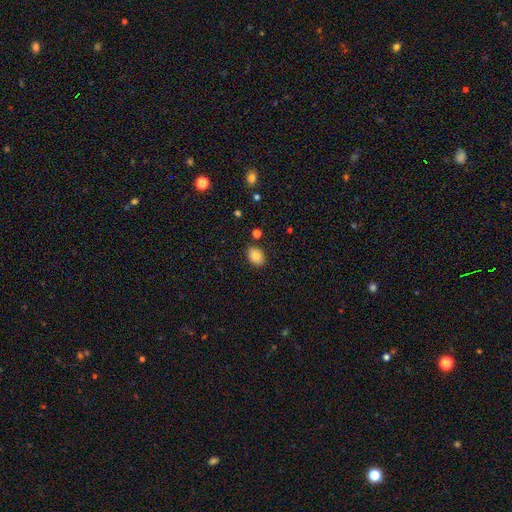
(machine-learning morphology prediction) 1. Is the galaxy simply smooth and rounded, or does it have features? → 83% smooth, 9% star or artifact, 8% featured or disk.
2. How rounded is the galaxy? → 78% in between, 21% round, 1% cigar-shaped.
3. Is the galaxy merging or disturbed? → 86% none, 10% minor disturbance, 2% major disturbance, 2% merger.